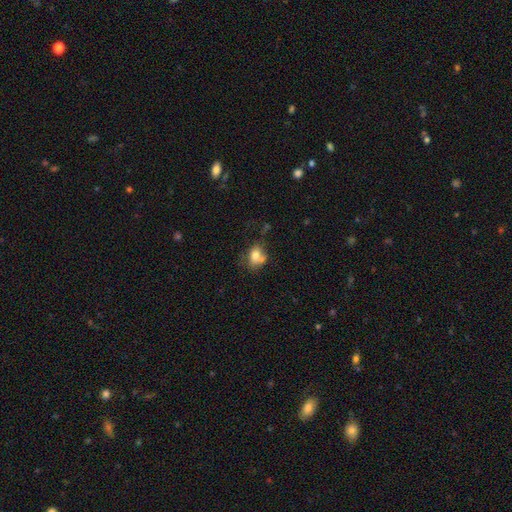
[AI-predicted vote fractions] Morphology: type=smooth (73%); roundness=in between (64%); merging=none (40%).